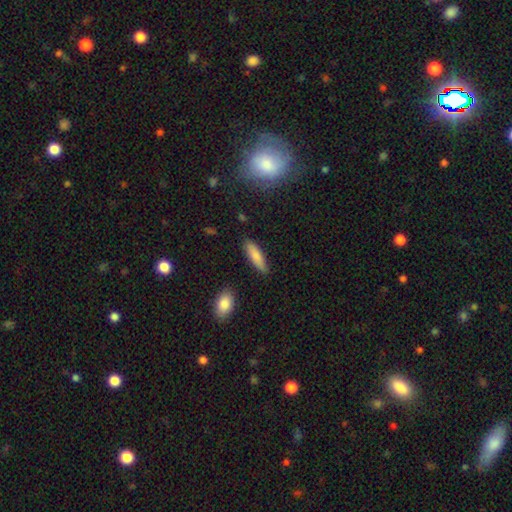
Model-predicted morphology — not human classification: Overall: smooth (82%). How rounded: cigar-shaped (59%; in between 39%). Merging: none (84%).